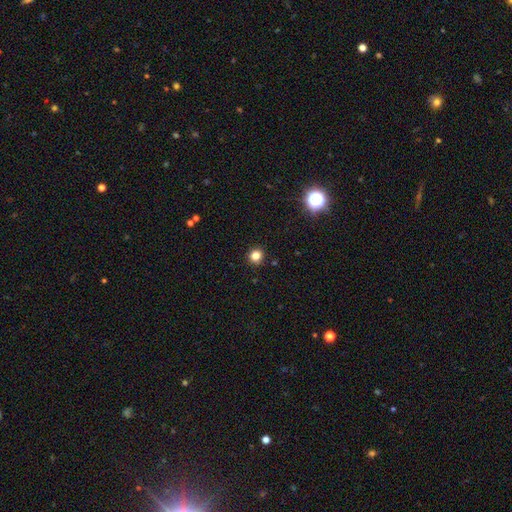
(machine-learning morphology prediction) Overall: smooth (81%). How rounded: round (90%). Merging: none (92%).